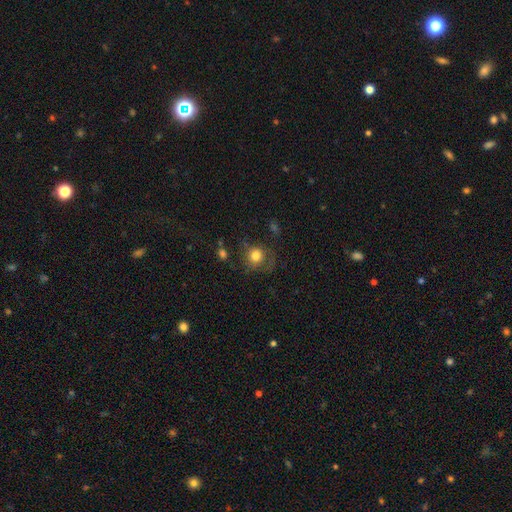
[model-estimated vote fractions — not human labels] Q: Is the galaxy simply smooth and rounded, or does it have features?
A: smooth — 78%.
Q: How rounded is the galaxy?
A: round — 86%.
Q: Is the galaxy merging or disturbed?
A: none — 62%.